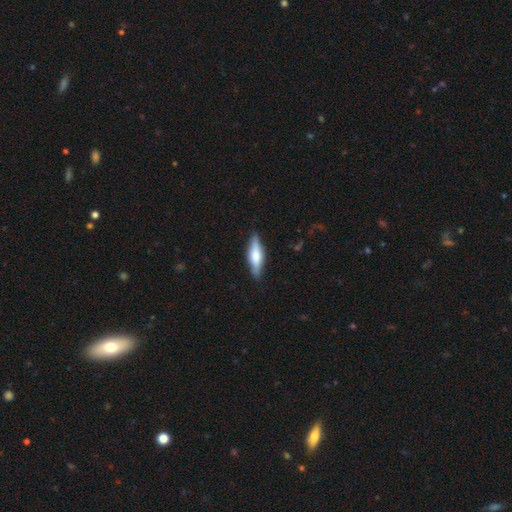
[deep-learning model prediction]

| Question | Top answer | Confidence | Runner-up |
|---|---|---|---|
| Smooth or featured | smooth | 52% | featured or disk (43%) |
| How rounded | cigar-shaped | 59% | in between (39%) |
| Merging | none | 85% | minor disturbance (12%) |